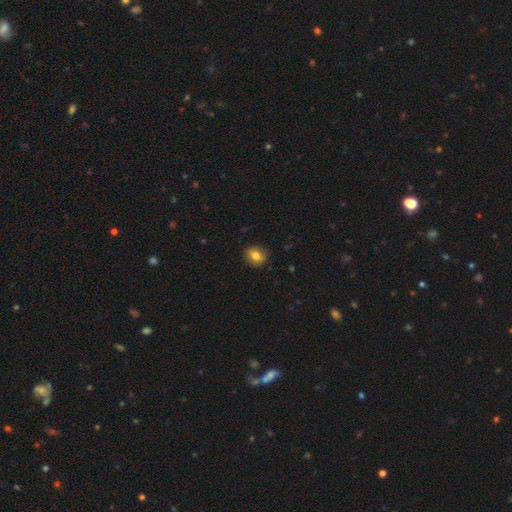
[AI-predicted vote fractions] Morphology: type=smooth (79%); roundness=round (64%); merging=none (87%).